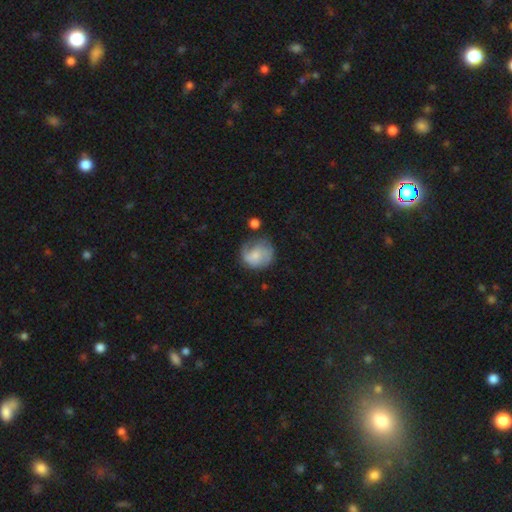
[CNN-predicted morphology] Smooth or featured: smooth — 51% (featured or disk — 42%)
How rounded: round — 80% (in between — 19%)
Merging: none — 52% (minor disturbance — 27%)